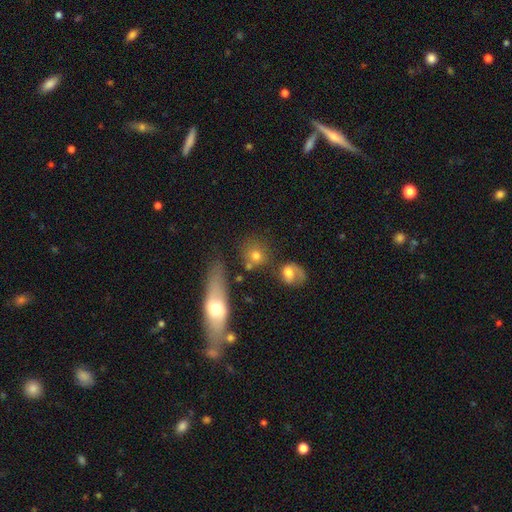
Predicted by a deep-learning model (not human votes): smooth_or_featured: smooth (p=0.74) [alt: featured or disk p=0.16]
how_rounded: round (p=0.80) [alt: in between p=0.16]
merging: none (p=0.59) [alt: merger p=0.19]